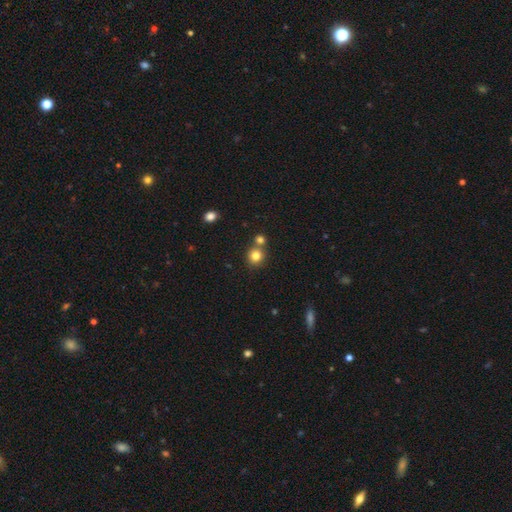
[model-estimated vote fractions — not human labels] Smooth or featured? Predicted: smooth (p=0.81). How rounded? Predicted: round (p=0.88). Merging? Predicted: none (p=0.65).